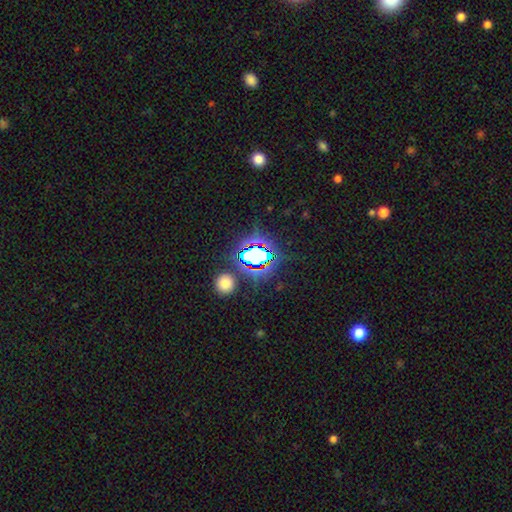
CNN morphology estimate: Smooth or featured? star or artifact (69%)